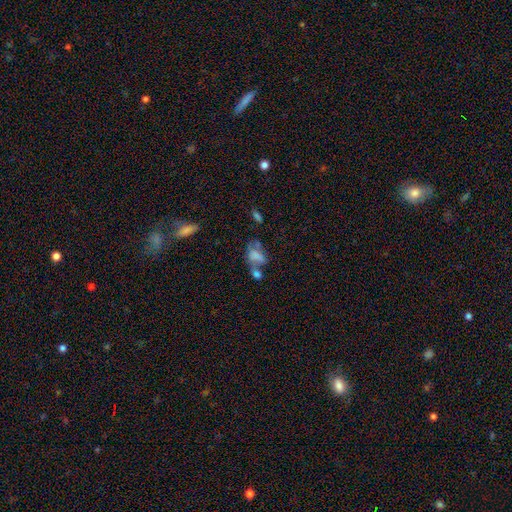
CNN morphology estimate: A smooth galaxy with no disk features (61%) that is in between round and cigar-shaped (84%).

Vote fractions:
- Smooth or featured? smooth: 61% / featured or disk: 27% / star or artifact: 12%
- How rounded? in between: 84% / round: 13% / cigar-shaped: 3%
- Merging? merger: 43% / none: 22% / major disturbance: 19% / minor disturbance: 16%